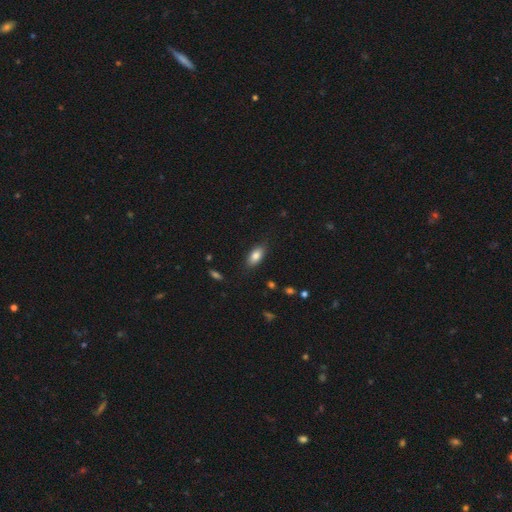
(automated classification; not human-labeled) A smooth galaxy with no disk features (82%) that is in between round and cigar-shaped (89%). Merging: none (85%).